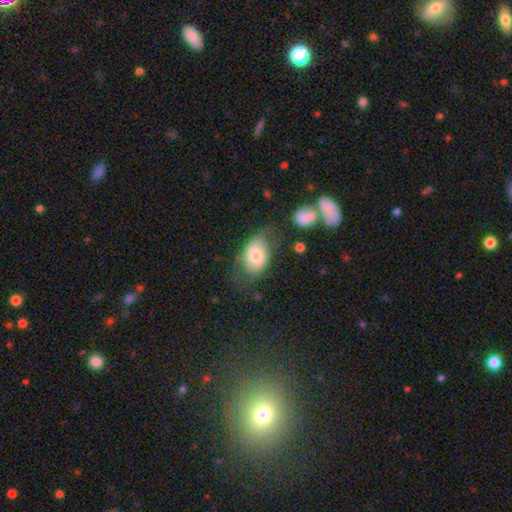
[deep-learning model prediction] A smooth galaxy with no disk features (68%) that is in between round and cigar-shaped (82%). Merging: none (50%).